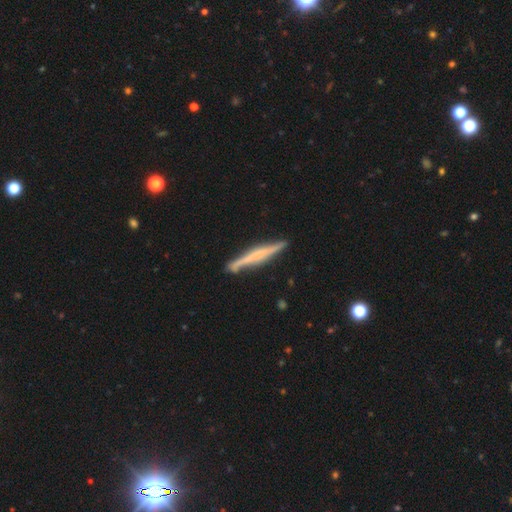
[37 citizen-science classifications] featured or disk 70%, smooth 30%, star or artifact 0%. Down the decision tree: edge-on disk — yes (100%); edge-on bulge — rounded (38%); merging — none (81%).